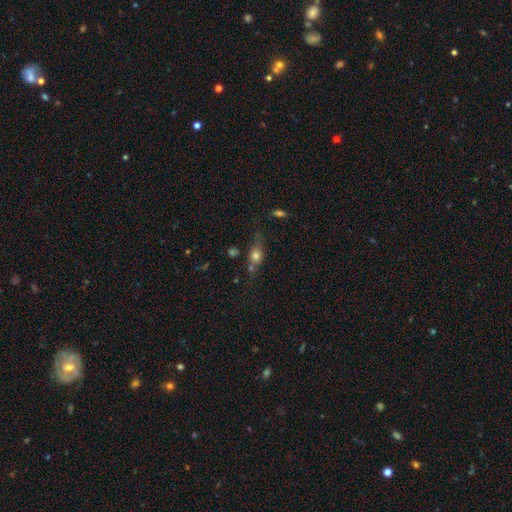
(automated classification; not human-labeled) Smooth or featured: smooth — 68% (featured or disk — 19%)
How rounded: in between — 52% (round — 36%)
Merging: none — 51% (minor disturbance — 22%)